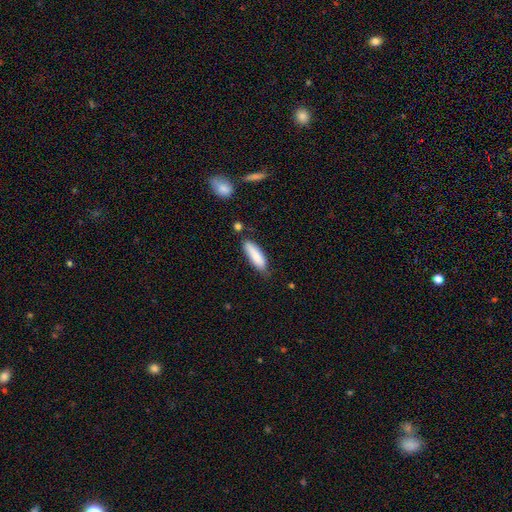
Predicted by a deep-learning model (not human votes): Q: Smooth or featured?
A: smooth (83%); runner-up: featured or disk (11%)
Q: How rounded?
A: cigar-shaped (54%); runner-up: in between (45%)
Q: Merging?
A: none (72%); runner-up: minor disturbance (21%)